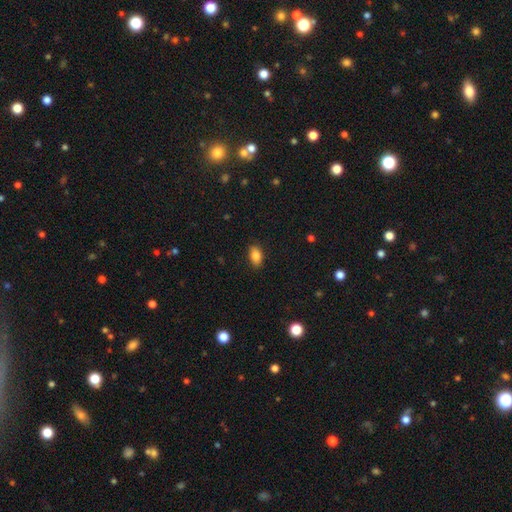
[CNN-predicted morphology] The model was most divided on "smooth or featured": smooth: 86%, star or artifact: 8%, featured or disk: 5%. More confident: how rounded — in between (89%); merging — none (88%).